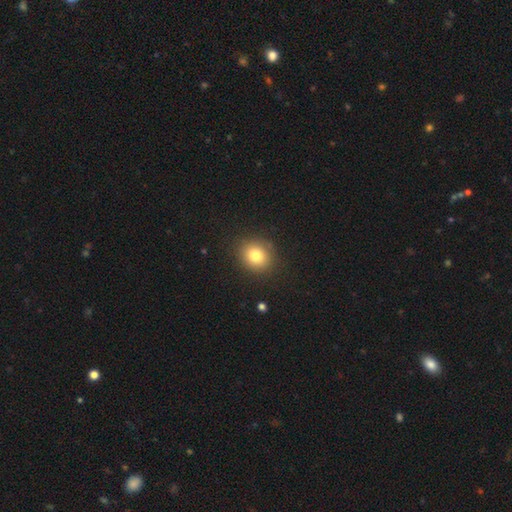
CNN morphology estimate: smooth-or-featured: smooth: 80% | star or artifact: 11% | featured or disk: 9%
  how-rounded: round: 72% | in between: 27% | cigar-shaped: 1%
  merging: none: 88% | minor disturbance: 8% | major disturbance: 3% | merger: 1%